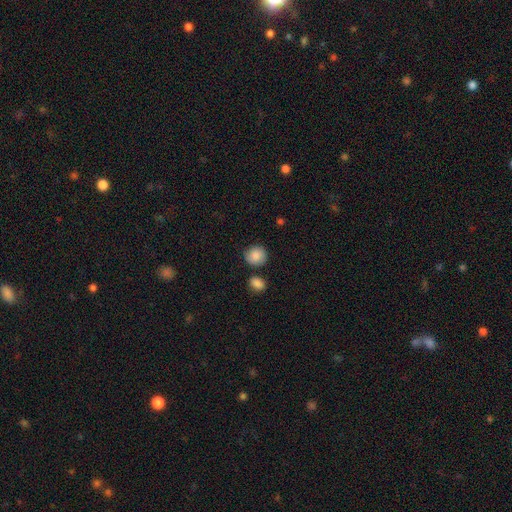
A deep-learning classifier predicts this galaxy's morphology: smooth 86%, star or artifact 8%, featured or disk 6%. Down the decision tree: how rounded — round (85%); merging — none (78%).